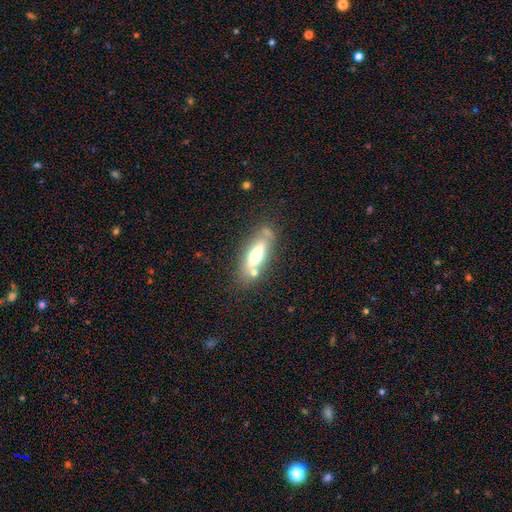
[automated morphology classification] smooth_or_featured: smooth (p=0.48) [alt: featured or disk p=0.44]
merging: none (p=0.67) [alt: minor disturbance p=0.17]